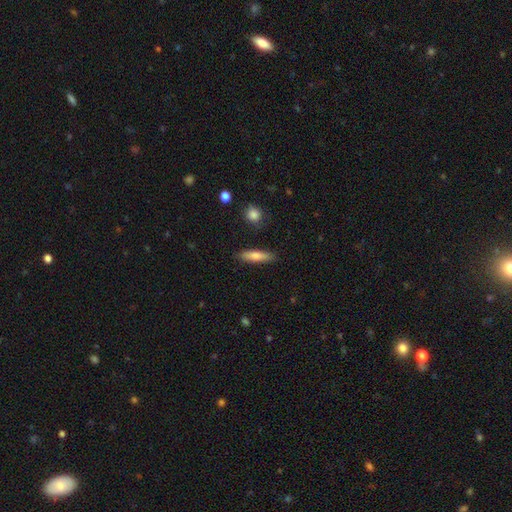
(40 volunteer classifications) Smooth or featured: smooth — 80% (featured or disk — 12%)
How rounded: cigar-shaped — 56% (in between — 41%)
Merging: none — 86% (minor disturbance — 8%)